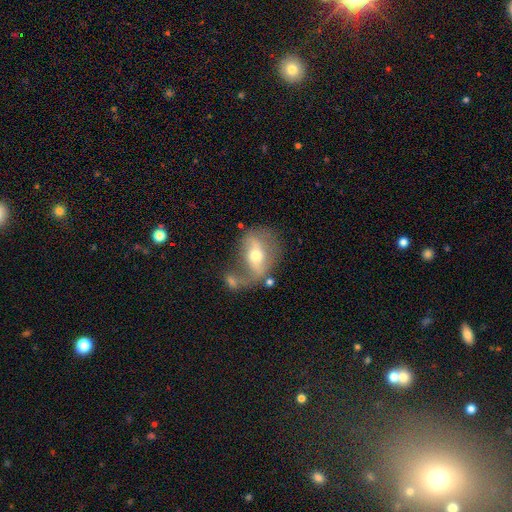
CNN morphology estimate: smooth-or-featured: featured or disk: 62% | smooth: 30% | star or artifact: 8%
  disk-edge-on: no: 82% | yes: 18%
    bar: strong: 44% | weak: 29% | no: 27%
    has-spiral-arms: no: 54% | yes: 46%
    bulge-size: moderate: 69% | small: 20% | large: 8% | dominant: 1% | none: 1%
  merging: none: 39% | merger: 22% | major disturbance: 20% | minor disturbance: 19%